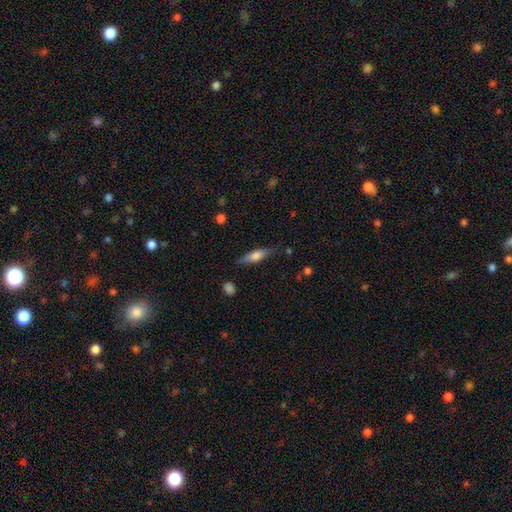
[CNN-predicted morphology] This appears to be a smooth galaxy with no disk features (53%) that is cigar-shaped (63%). Merging: none (78%).